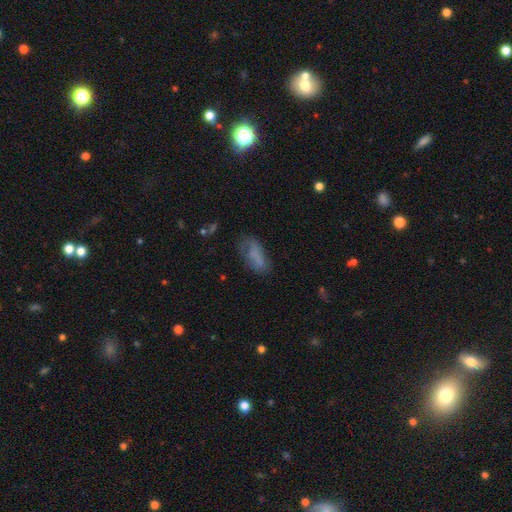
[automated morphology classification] type=smooth (65%); roundness=in between (82%); merging=none (48%).